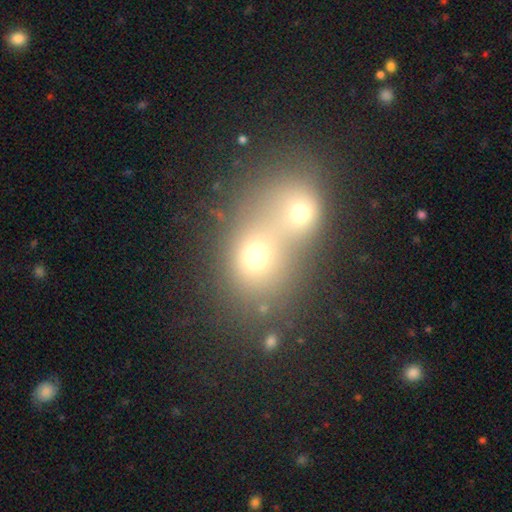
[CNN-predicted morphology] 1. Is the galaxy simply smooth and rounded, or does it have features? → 62% smooth, 19% featured or disk, 19% star or artifact.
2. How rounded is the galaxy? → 66% round, 33% in between, 1% cigar-shaped.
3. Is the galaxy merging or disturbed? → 76% merger, 16% none, 4% minor disturbance, 4% major disturbance.